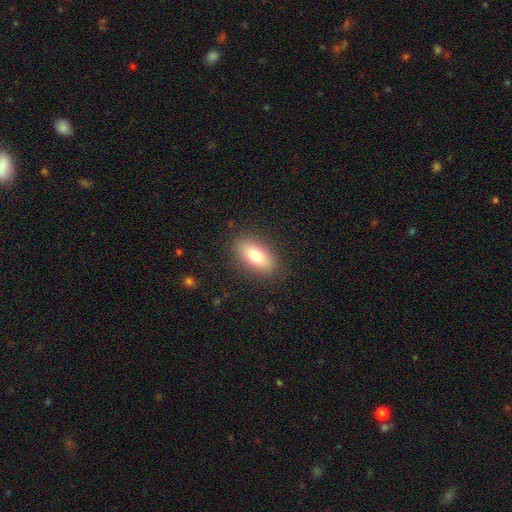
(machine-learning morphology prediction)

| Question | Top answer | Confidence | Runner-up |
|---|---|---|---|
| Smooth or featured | smooth | 78% | featured or disk (14%) |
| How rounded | in between | 87% | cigar-shaped (9%) |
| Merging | none | 87% | minor disturbance (9%) |